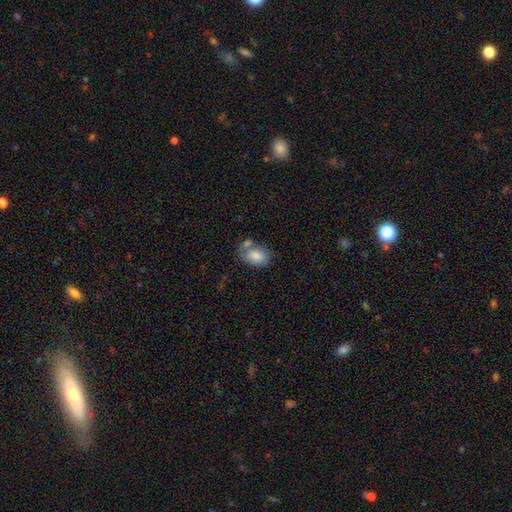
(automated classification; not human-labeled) smooth-or-featured: smooth: 81% | featured or disk: 12% | star or artifact: 7%
  how-rounded: in between: 86% | round: 13% | cigar-shaped: 1%
  merging: none: 45% | merger: 28% | minor disturbance: 19% | major disturbance: 7%